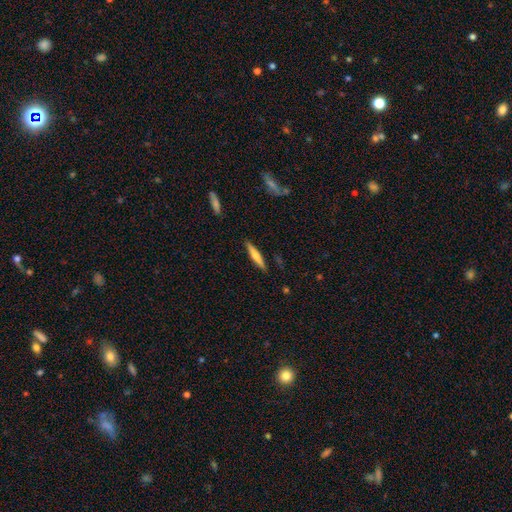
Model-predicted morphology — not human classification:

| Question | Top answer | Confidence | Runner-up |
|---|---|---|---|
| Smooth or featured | smooth | 54% | featured or disk (40%) |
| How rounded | cigar-shaped | 91% | in between (8%) |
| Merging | none | 90% | minor disturbance (7%) |